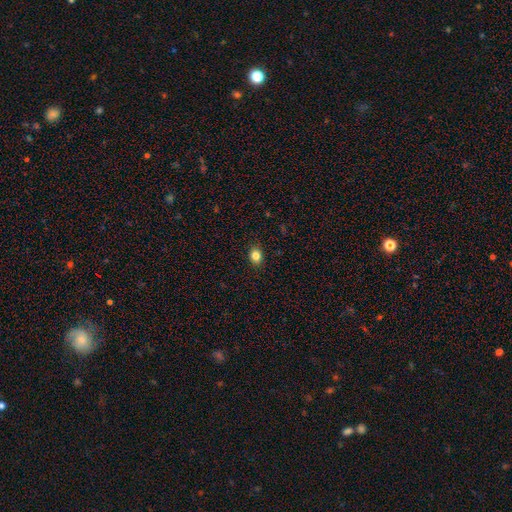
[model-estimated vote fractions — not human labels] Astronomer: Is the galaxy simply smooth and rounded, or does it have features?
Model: smooth — 84%.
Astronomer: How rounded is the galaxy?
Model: in between — 52% (runner-up: round, 47%).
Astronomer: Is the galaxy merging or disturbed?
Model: none — 89%.